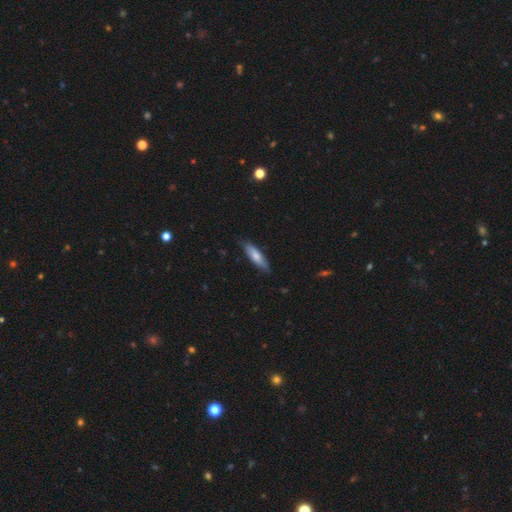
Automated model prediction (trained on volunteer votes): A smooth galaxy with no disk features (71%) that is cigar-shaped (66%).

Vote fractions:
- Smooth or featured? smooth: 71% / featured or disk: 24% / star or artifact: 6%
- How rounded? cigar-shaped: 66% / in between: 33% / round: 2%
- Merging? none: 80% / minor disturbance: 17% / major disturbance: 2% / merger: 1%